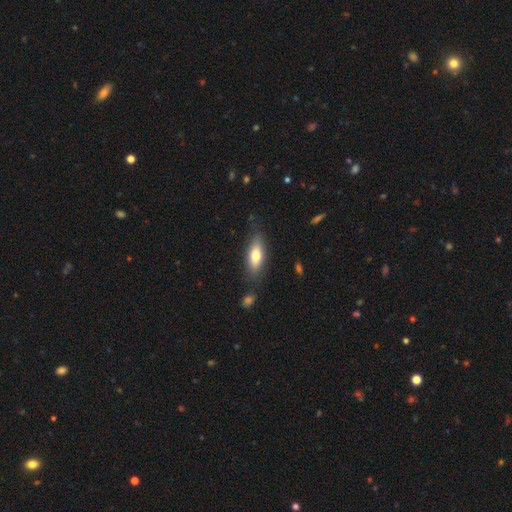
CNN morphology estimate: Q: Smooth or featured?
A: smooth (71%); runner-up: featured or disk (22%)
Q: How rounded?
A: in between (69%); runner-up: cigar-shaped (28%)
Q: Merging?
A: none (78%); runner-up: minor disturbance (15%)